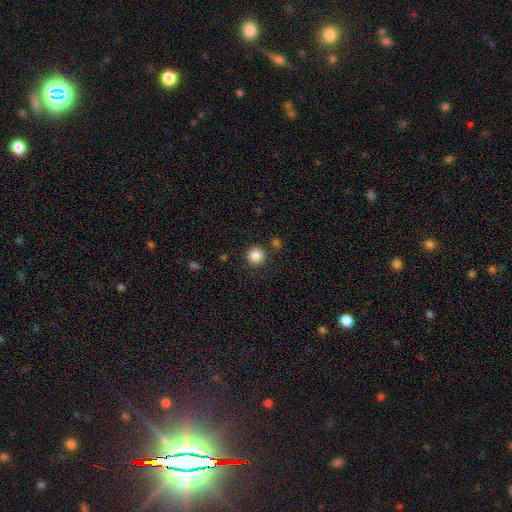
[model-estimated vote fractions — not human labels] This appears to be a smooth galaxy with no disk features (86%) that is round (94%). Merging: none (88%).